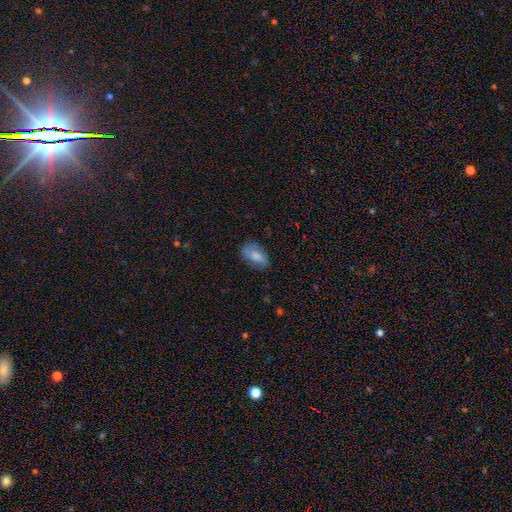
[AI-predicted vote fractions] A smooth galaxy with no disk features (66%) that is in between round and cigar-shaped (90%).

Vote fractions:
- Smooth or featured? smooth: 66% / featured or disk: 26% / star or artifact: 8%
- How rounded? in between: 90% / round: 7% / cigar-shaped: 4%
- Merging? none: 75% / minor disturbance: 18% / major disturbance: 5% / merger: 1%